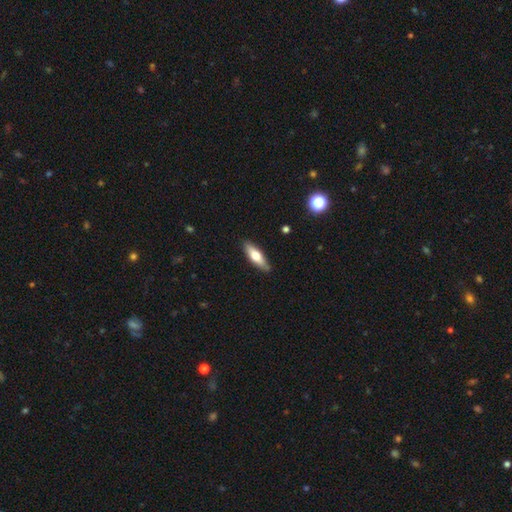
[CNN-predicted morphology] Smooth or featured?
  - smooth: 62% *
  - featured or disk: 33%
  - star or artifact: 6%
How rounded?
  - cigar-shaped: 50% *
  - in between: 48%
  - round: 2%
Merging?
  - none: 87% *
  - minor disturbance: 10%
  - major disturbance: 2%
  - merger: 1%